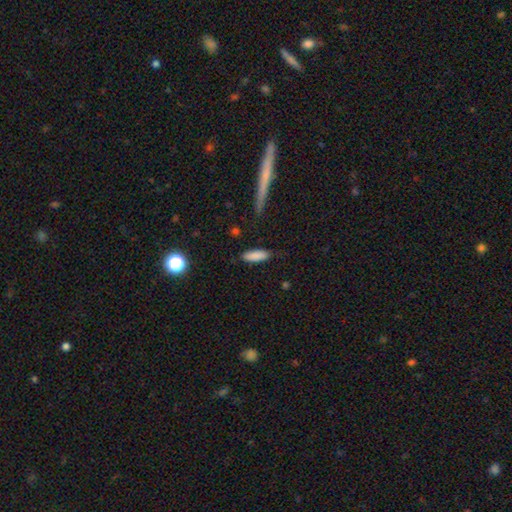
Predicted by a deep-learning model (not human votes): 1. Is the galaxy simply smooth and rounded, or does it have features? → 87% smooth, 7% star or artifact, 6% featured or disk.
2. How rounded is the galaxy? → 58% in between, 40% cigar-shaped, 2% round.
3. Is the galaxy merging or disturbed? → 83% none, 13% minor disturbance, 3% major disturbance, 2% merger.